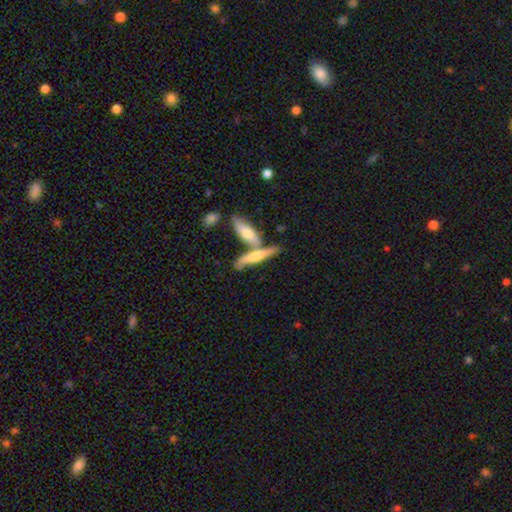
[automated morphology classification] Smooth or featured?
  - smooth: 48% *
  - featured or disk: 45%
  - star or artifact: 6%
Merging?
  - none: 48% *
  - merger: 38%
  - minor disturbance: 11%
  - major disturbance: 4%